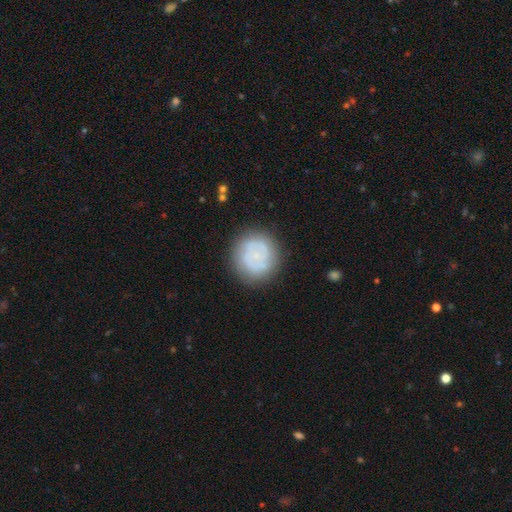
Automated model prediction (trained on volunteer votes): This appears to be a smooth galaxy with no disk features (48%). Merging: none (81%).